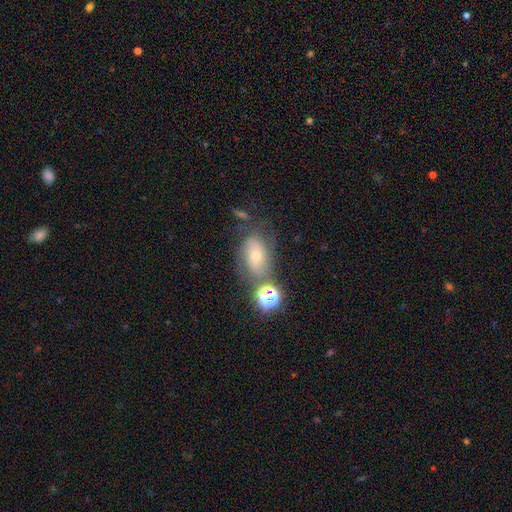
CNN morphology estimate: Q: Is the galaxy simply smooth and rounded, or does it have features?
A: featured or disk — 41%.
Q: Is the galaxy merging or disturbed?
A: none — 51%.